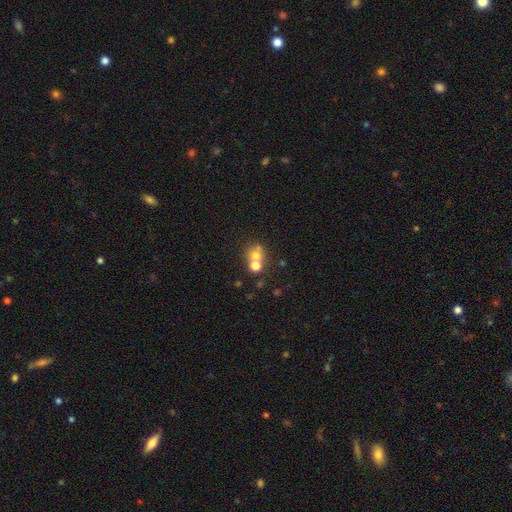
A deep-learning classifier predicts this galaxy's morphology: Q: Smooth or featured?
A: smooth (64%); runner-up: featured or disk (20%)
Q: How rounded?
A: round (77%); runner-up: in between (22%)
Q: Merging?
A: merger (50%); runner-up: none (39%)